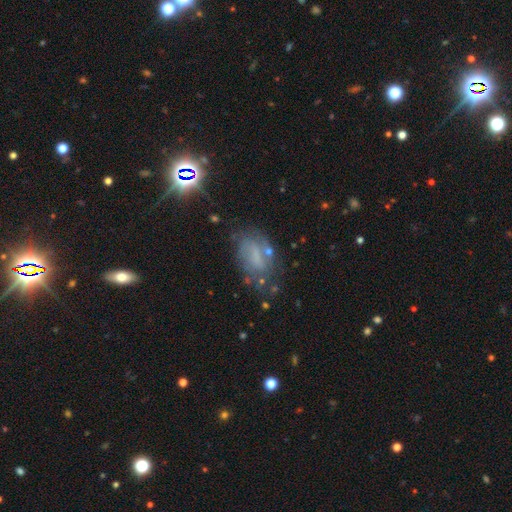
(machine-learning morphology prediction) A featured or disk galaxy (44%).

Vote fractions:
- Smooth or featured? featured or disk: 44% / smooth: 39% / star or artifact: 17%
- Merging? none: 57% / minor disturbance: 24% / major disturbance: 14% / merger: 6%